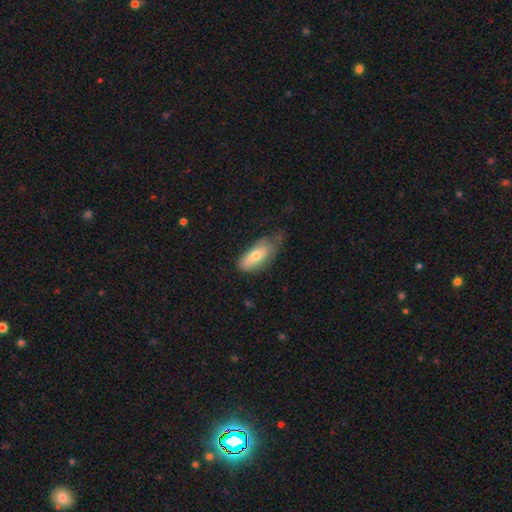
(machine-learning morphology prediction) Overall: smooth (69%). How rounded: in between (83%). Merging: none (41%; minor disturbance 39%).